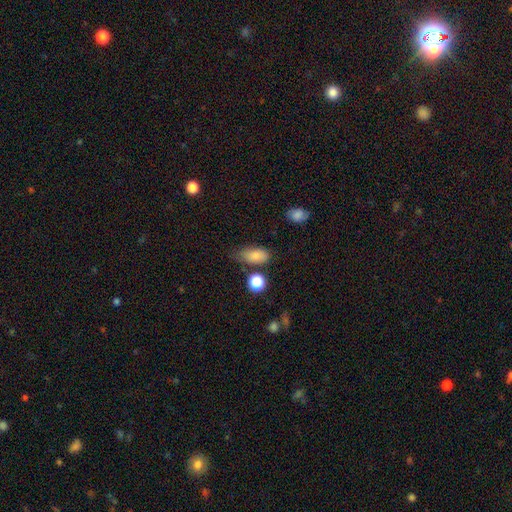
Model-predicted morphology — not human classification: Smooth or featured? smooth (81%)
How rounded? in between (86%)
Merging? none (60%)